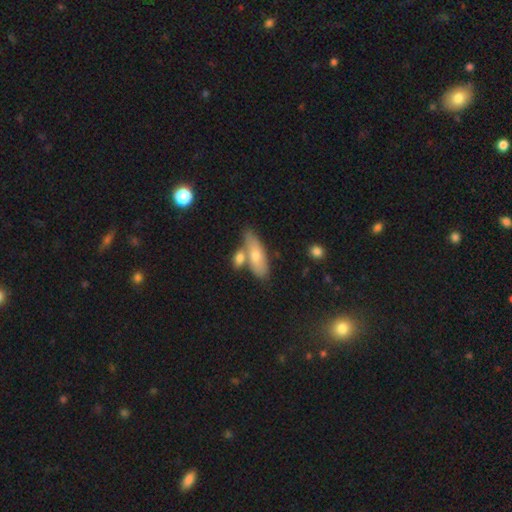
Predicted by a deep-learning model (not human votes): smooth-or-featured: smooth: 65% | featured or disk: 29% | star or artifact: 6%
  how-rounded: in between: 65% | cigar-shaped: 32% | round: 3%
  merging: none: 49% | merger: 34% | minor disturbance: 13% | major disturbance: 4%